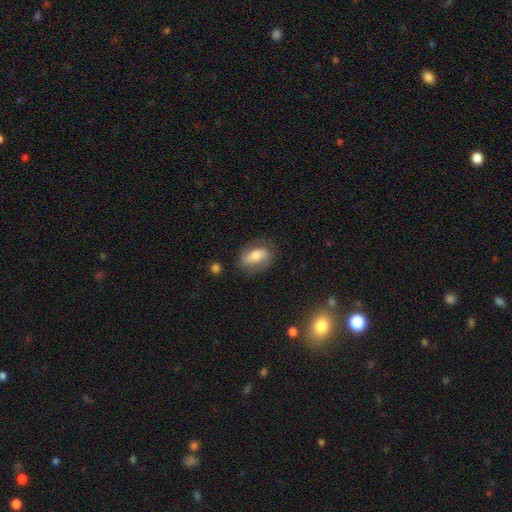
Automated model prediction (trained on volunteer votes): Smooth or featured? Predicted: smooth (p=0.58). How rounded? Predicted: in between (p=0.81). Merging? Predicted: none (p=0.73).